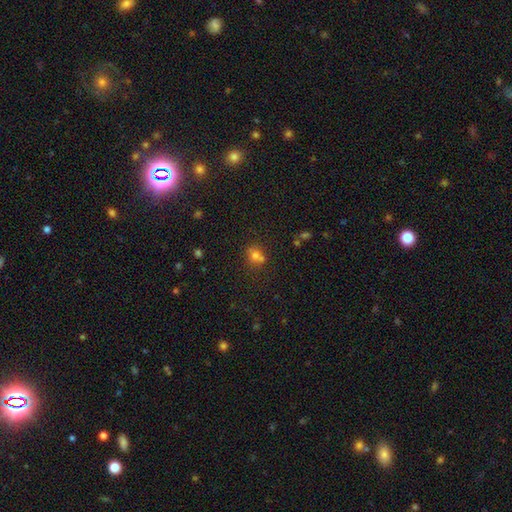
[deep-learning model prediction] This appears to be a smooth galaxy with no disk features (69%) that is round (72%). Merging: none (48%).